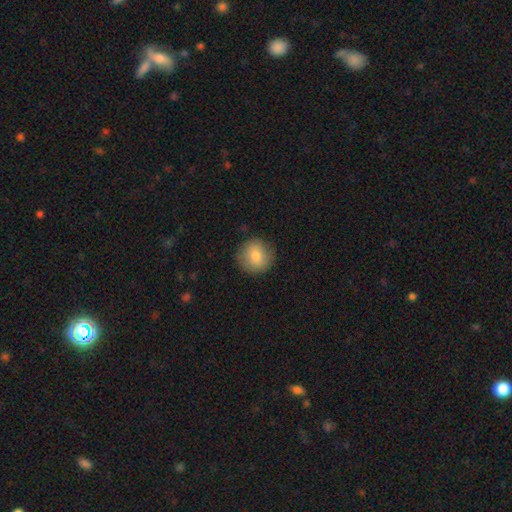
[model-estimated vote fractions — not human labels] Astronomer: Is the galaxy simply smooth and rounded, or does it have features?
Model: smooth — 83%.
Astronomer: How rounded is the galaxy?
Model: round — 92%.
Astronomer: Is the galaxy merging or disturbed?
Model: none — 85%.